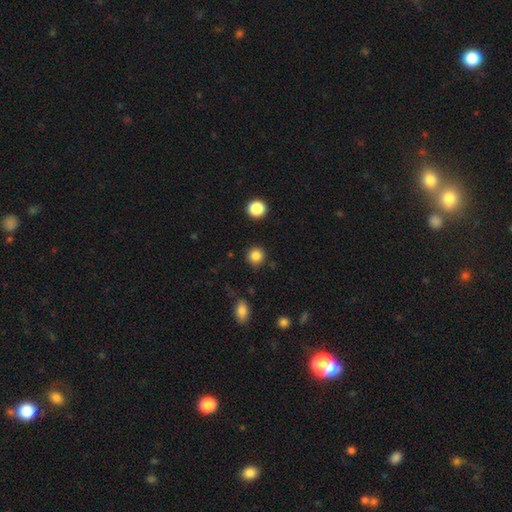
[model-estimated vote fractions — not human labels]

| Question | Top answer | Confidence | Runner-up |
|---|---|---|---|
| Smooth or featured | smooth | 85% | star or artifact (11%) |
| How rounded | round | 93% | in between (6%) |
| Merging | none | 89% | minor disturbance (7%) |